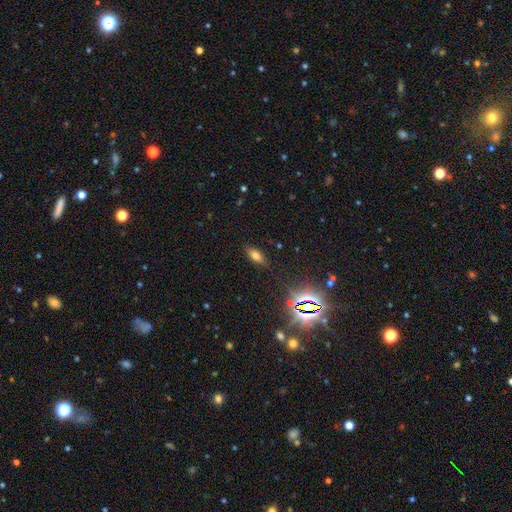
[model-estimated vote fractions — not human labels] Smooth or featured? smooth (70%)
How rounded? in between (82%)
Merging? none (86%)